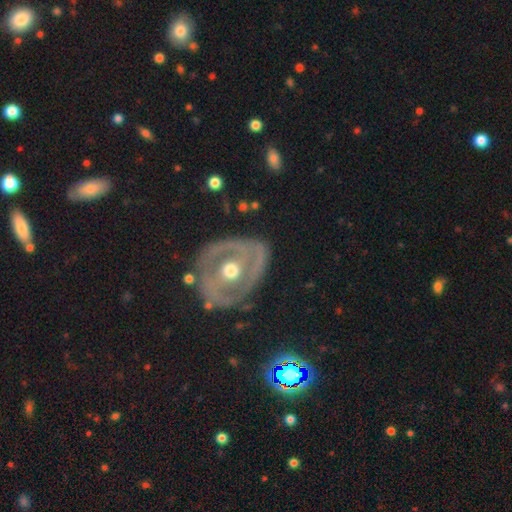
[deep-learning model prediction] smooth-or-featured: featured or disk: 78% | smooth: 15% | star or artifact: 6%
  disk-edge-on: no: 94% | yes: 6%
    bar: no: 60% | weak: 25% | strong: 14%
    has-spiral-arms: yes: 51% | no: 49%
    bulge-size: moderate: 78% | small: 11% | large: 9% | dominant: 1% | none: 1%
  merging: none: 73% | minor disturbance: 17% | major disturbance: 8% | merger: 2%